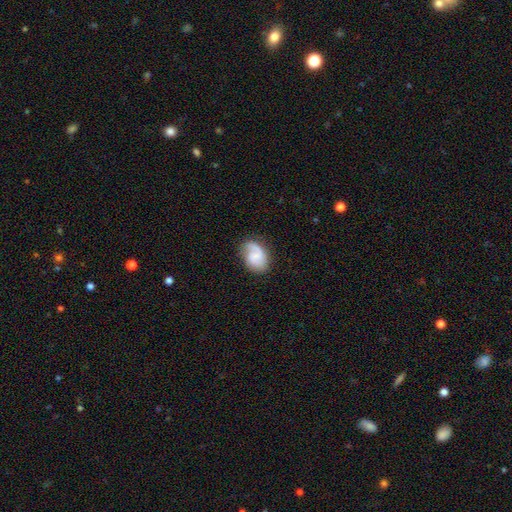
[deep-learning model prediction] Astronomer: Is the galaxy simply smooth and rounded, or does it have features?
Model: featured or disk — 50% (runner-up: smooth, 43%).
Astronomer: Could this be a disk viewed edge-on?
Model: no — 97%.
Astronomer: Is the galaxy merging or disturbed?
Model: none — 64%.